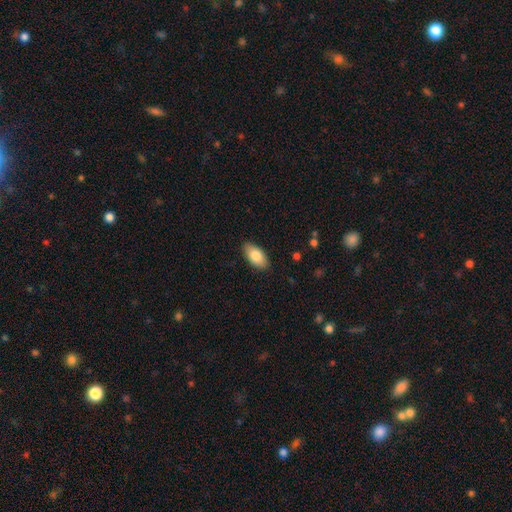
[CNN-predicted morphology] This appears to be a smooth galaxy with no disk features (82%) that is in between round and cigar-shaped (94%). Merging: none (87%).